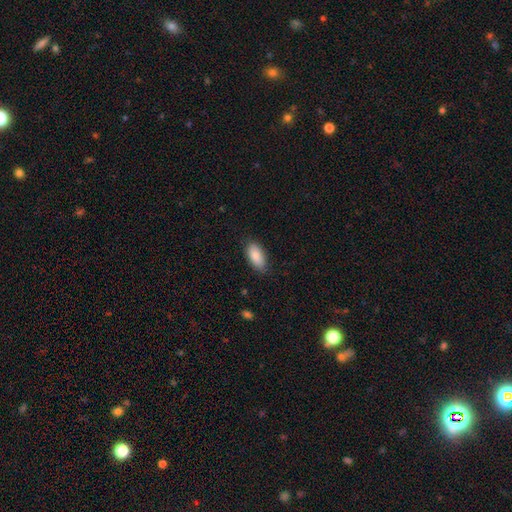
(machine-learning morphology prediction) Q: Smooth or featured?
A: smooth (87%); runner-up: featured or disk (7%)
Q: How rounded?
A: in between (92%); runner-up: cigar-shaped (6%)
Q: Merging?
A: none (81%); runner-up: minor disturbance (15%)